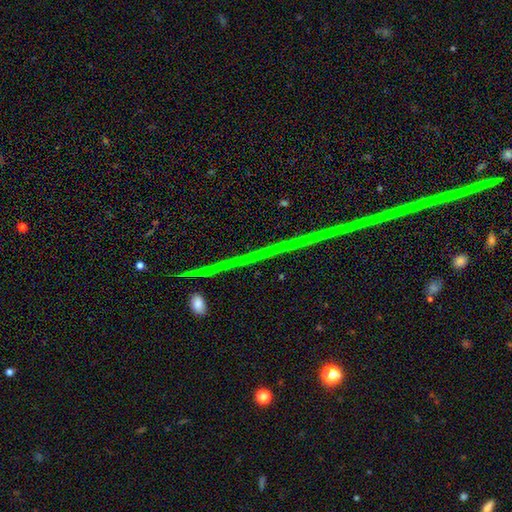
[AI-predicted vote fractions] The model was most divided on "smooth or featured": star or artifact: 79%, featured or disk: 14%, smooth: 8%.